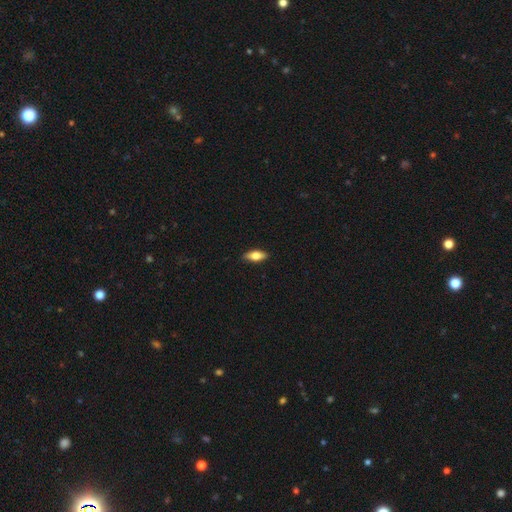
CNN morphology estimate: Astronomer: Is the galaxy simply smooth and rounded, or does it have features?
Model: smooth — 70%.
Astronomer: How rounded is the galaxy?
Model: in between — 77%.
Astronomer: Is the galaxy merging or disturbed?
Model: none — 87%.